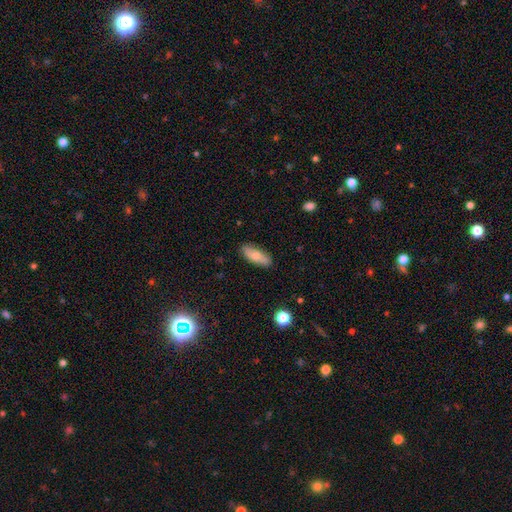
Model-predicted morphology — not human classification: Smooth or featured: smooth — 71% (featured or disk — 23%)
How rounded: in between — 70% (cigar-shaped — 28%)
Merging: none — 85% (minor disturbance — 11%)